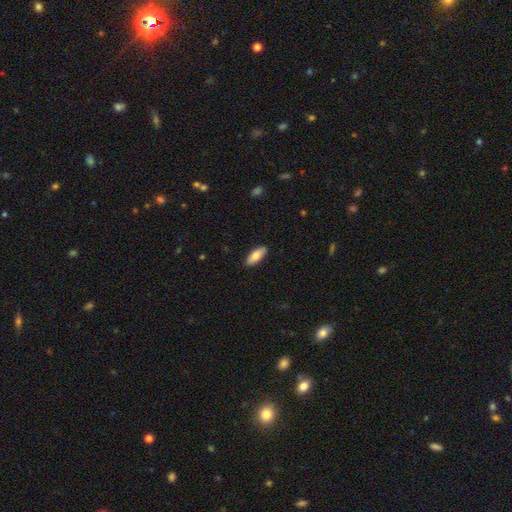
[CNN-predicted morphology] Q: Smooth or featured?
A: smooth (78%); runner-up: featured or disk (16%)
Q: How rounded?
A: in between (76%); runner-up: cigar-shaped (22%)
Q: Merging?
A: none (89%); runner-up: minor disturbance (8%)